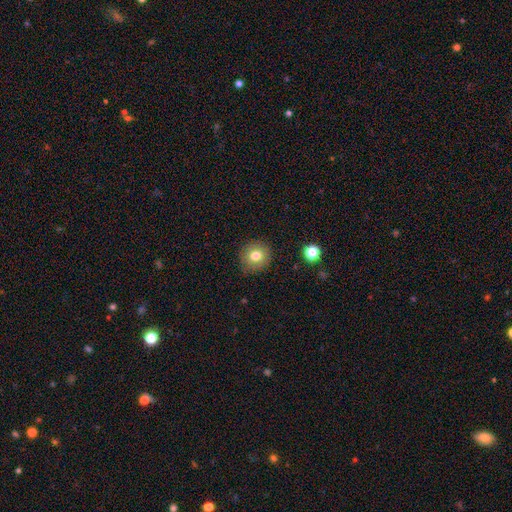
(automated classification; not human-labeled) smooth_or_featured: smooth (p=0.78) [alt: star or artifact p=0.11]
how_rounded: round (p=0.89) [alt: in between p=0.10]
merging: none (p=0.88) [alt: minor disturbance p=0.08]